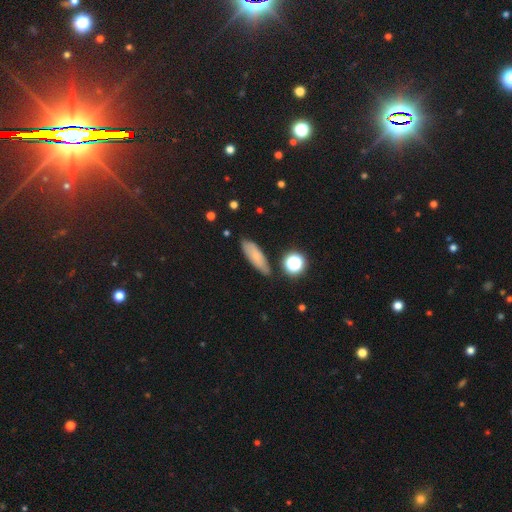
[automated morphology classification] Overall: smooth (74%). How rounded: in between (54%; cigar-shaped 42%). Merging: none (78%).